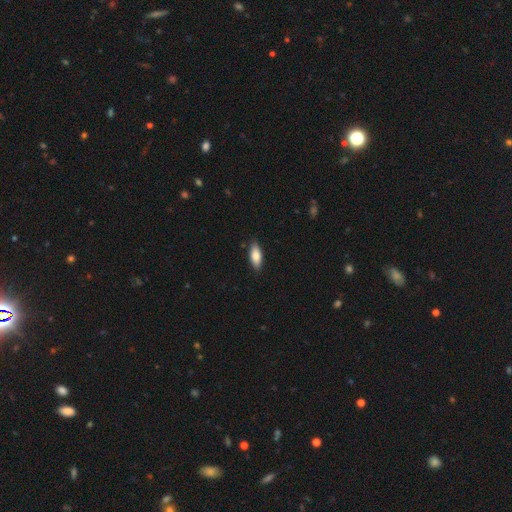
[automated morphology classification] A smooth galaxy with no disk features (80%) that is in between round and cigar-shaped (78%). Merging: none (87%).